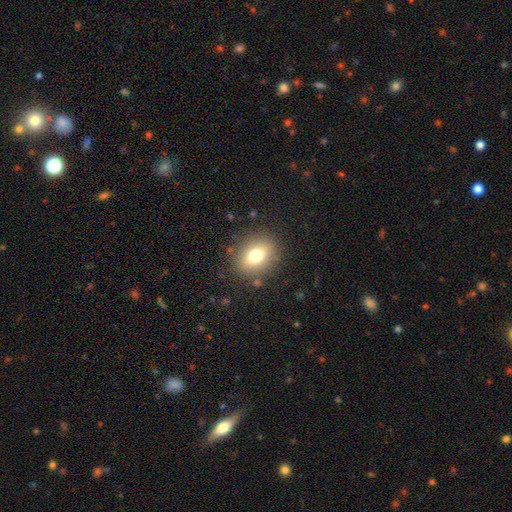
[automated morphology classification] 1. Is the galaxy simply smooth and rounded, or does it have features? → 73% smooth, 16% featured or disk, 11% star or artifact.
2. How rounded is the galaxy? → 59% in between, 38% round, 2% cigar-shaped.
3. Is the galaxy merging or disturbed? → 85% none, 10% minor disturbance, 4% major disturbance, 2% merger.